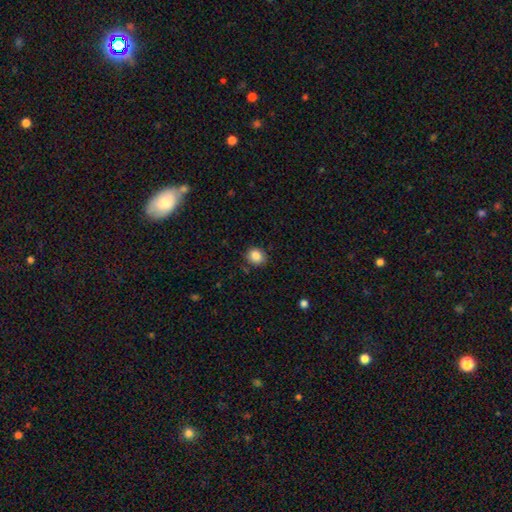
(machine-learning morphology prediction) This is clearly a smooth galaxy (86%). How rounded: likely round (73%). Merging: clearly none (82%).